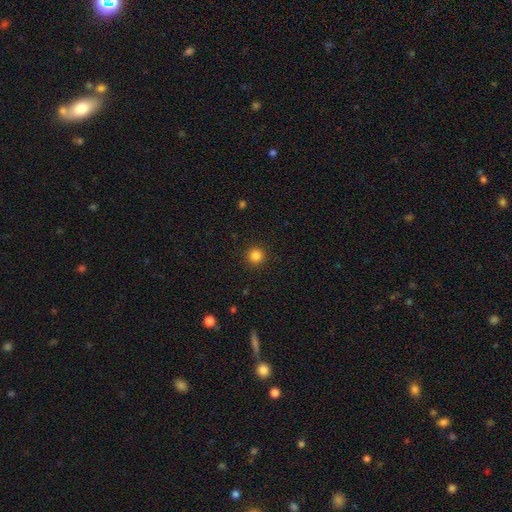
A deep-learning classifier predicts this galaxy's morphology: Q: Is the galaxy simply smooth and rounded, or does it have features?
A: smooth — 84%.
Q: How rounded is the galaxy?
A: round — 95%.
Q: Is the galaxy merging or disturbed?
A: none — 92%.